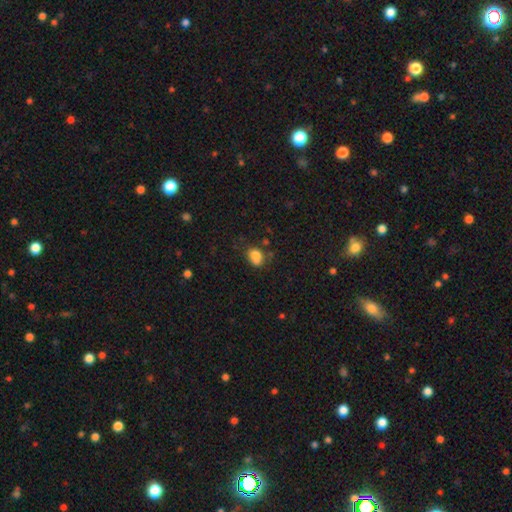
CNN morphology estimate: Smooth or featured?
  - smooth: 78% *
  - star or artifact: 11%
  - featured or disk: 11%
How rounded?
  - in between: 62% *
  - round: 37%
  - cigar-shaped: 1%
Merging?
  - none: 48% *
  - minor disturbance: 25%
  - merger: 17%
  - major disturbance: 10%